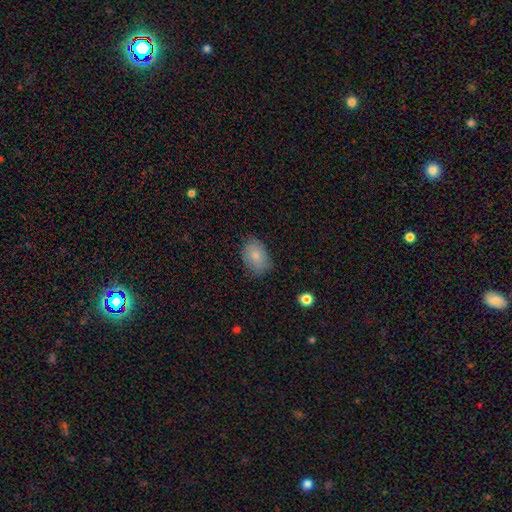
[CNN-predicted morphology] A smooth galaxy with no disk features (79%) that is in between round and cigar-shaped (80%).

Vote fractions:
- Smooth or featured? smooth: 79% / featured or disk: 13% / star or artifact: 7%
- How rounded? in between: 80% / round: 19% / cigar-shaped: 1%
- Merging? none: 78% / minor disturbance: 17% / major disturbance: 4% / merger: 1%